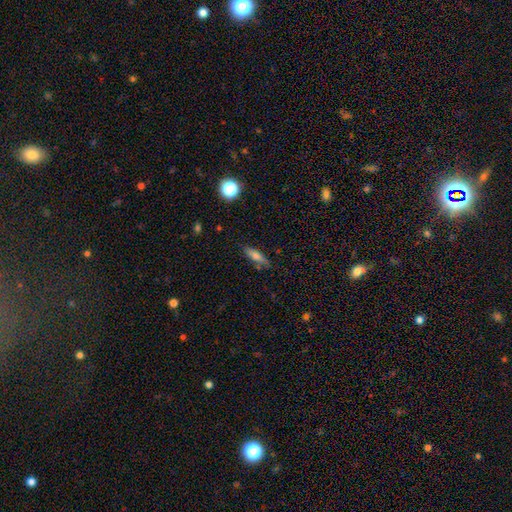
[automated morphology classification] smooth-or-featured: smooth: 69% | featured or disk: 21% | star or artifact: 10%
  how-rounded: cigar-shaped: 56% | in between: 41% | round: 3%
  merging: none: 79% | minor disturbance: 15% | major disturbance: 3% | merger: 3%